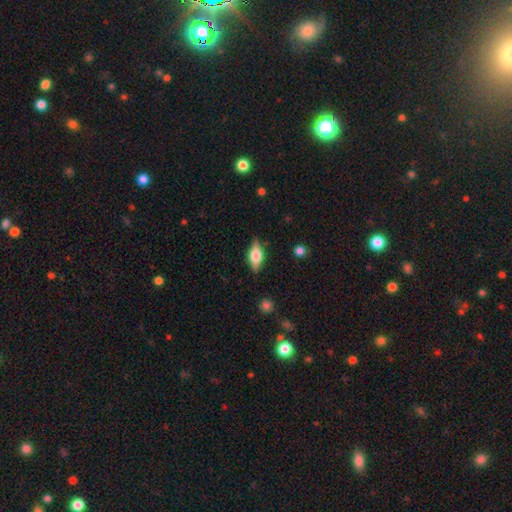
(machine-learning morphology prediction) Smooth or featured? featured or disk (52%)
Edge-on disk? yes (93%)
Merging? none (84%)